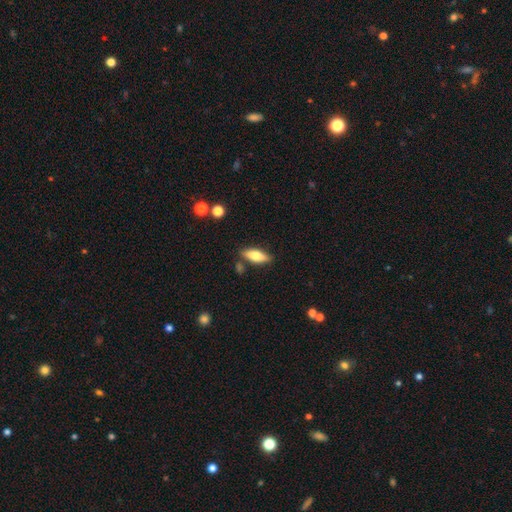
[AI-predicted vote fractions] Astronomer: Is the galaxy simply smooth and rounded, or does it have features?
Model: smooth — 68%.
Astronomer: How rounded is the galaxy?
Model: in between — 63%.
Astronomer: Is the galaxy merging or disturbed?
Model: none — 80%.